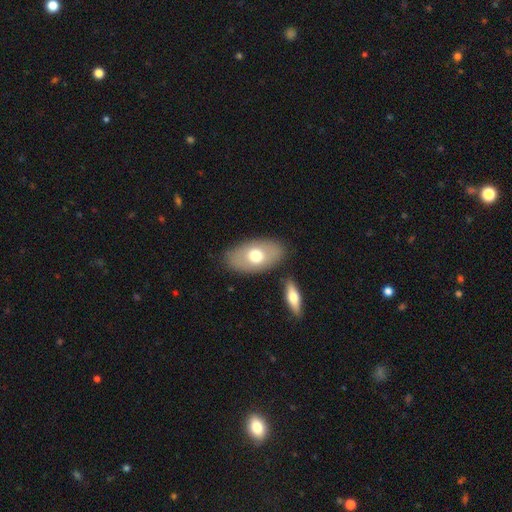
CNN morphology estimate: smooth-or-featured: smooth: 64% | featured or disk: 29% | star or artifact: 6%
  how-rounded: in between: 93% | round: 5% | cigar-shaped: 2%
  merging: none: 79% | minor disturbance: 12% | merger: 6% | major disturbance: 3%